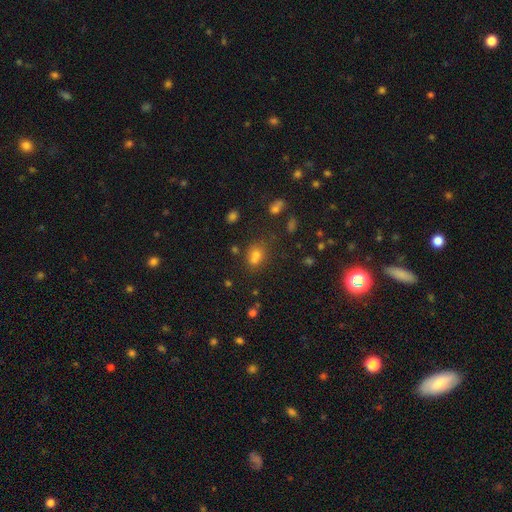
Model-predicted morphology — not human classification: Smooth or featured: smooth — 64% (star or artifact — 25%)
How rounded: round — 52% (in between — 46%)
Merging: none — 48% (merger — 32%)